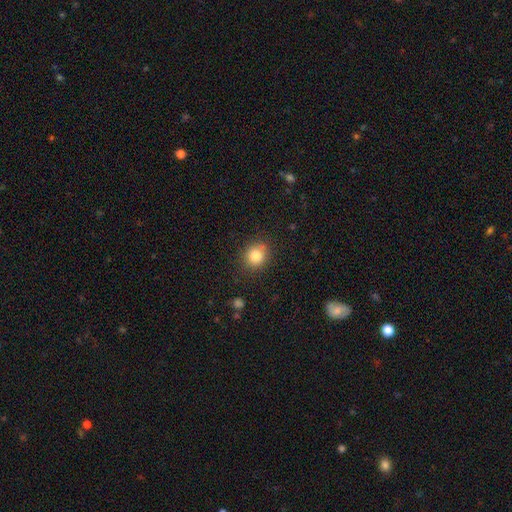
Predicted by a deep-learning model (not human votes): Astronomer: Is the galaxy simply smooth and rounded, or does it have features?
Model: smooth — 83%.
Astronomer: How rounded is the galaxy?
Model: round — 75%.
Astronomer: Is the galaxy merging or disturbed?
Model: none — 85%.